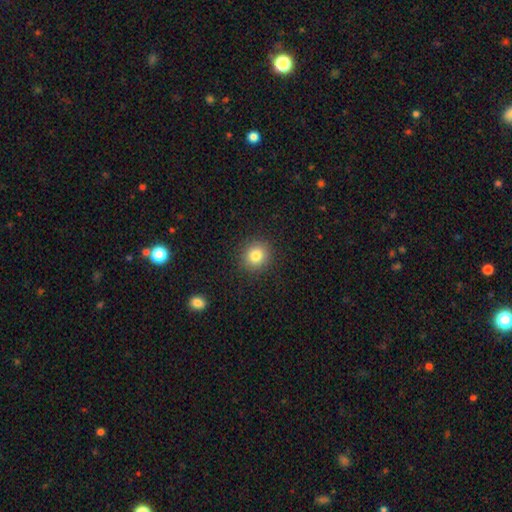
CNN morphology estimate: The model was most divided on "how rounded": round: 84%, in between: 15%, cigar-shaped: 1%. More confident: merging — none (90%); smooth or featured — smooth (82%).